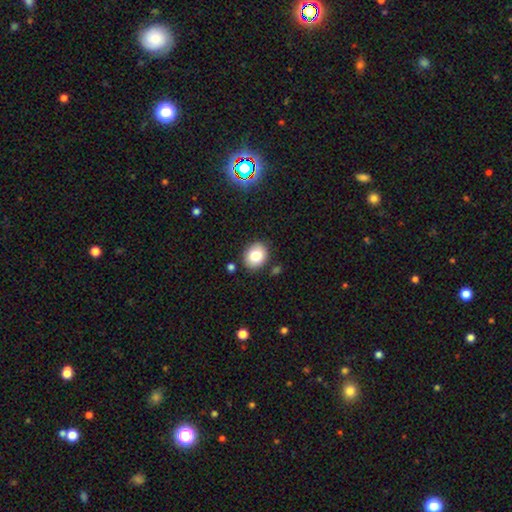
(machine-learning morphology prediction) Smooth or featured? Predicted: smooth (p=0.80). How rounded? Predicted: round (p=0.51). Merging? Predicted: none (p=0.85).